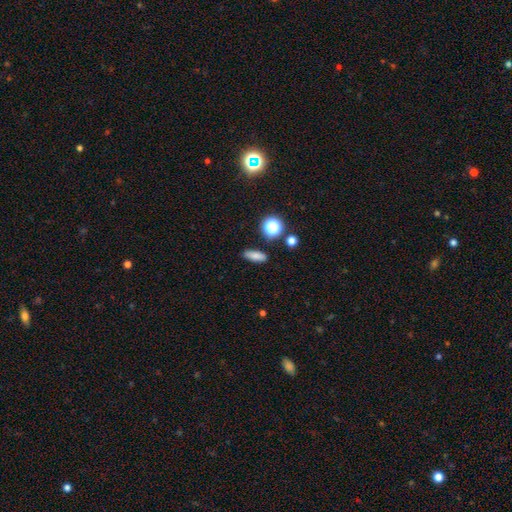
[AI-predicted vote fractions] A smooth galaxy with no disk features (78%) that is in between round and cigar-shaped (59%).

Vote fractions:
- Smooth or featured? smooth: 78% / star or artifact: 13% / featured or disk: 9%
- How rounded? in between: 59% / cigar-shaped: 31% / round: 11%
- Merging? none: 86% / minor disturbance: 9% / major disturbance: 3% / merger: 2%